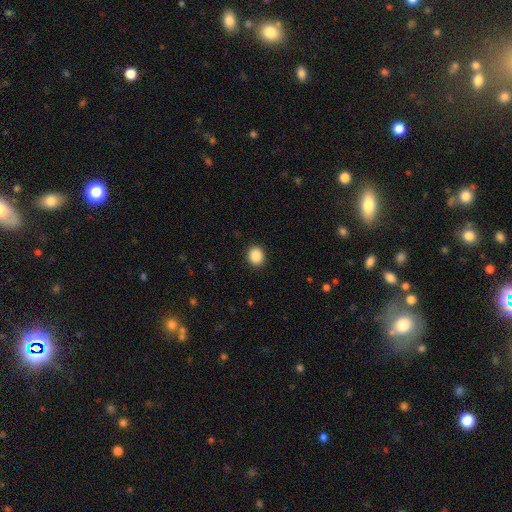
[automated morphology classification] A smooth galaxy with no disk features (87%) that is round (77%). Merging: none (91%).